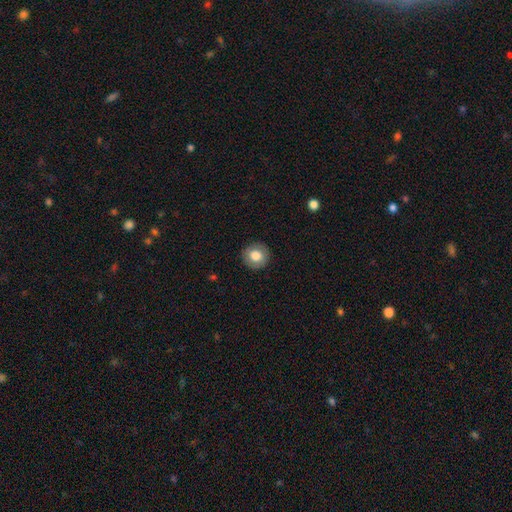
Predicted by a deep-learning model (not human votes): Smooth or featured? Predicted: smooth (p=0.80). How rounded? Predicted: round (p=0.92). Merging? Predicted: none (p=0.91).